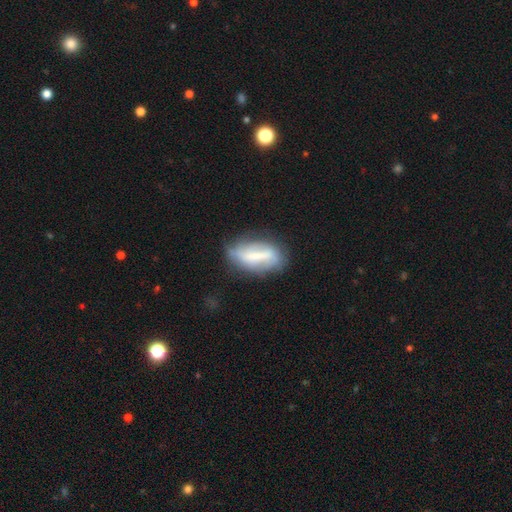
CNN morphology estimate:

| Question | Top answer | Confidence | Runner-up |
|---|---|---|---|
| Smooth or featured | smooth | 46% | featured or disk (45%) |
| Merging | none | 64% | minor disturbance (24%) |